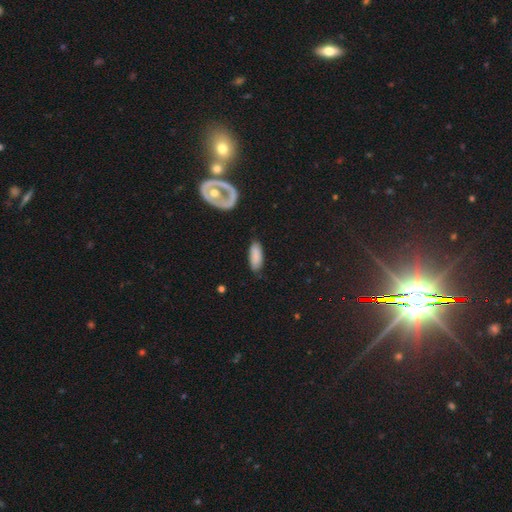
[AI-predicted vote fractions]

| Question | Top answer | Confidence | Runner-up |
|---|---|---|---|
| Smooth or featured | smooth | 82% | featured or disk (11%) |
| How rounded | in between | 76% | cigar-shaped (22%) |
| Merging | none | 79% | minor disturbance (15%) |